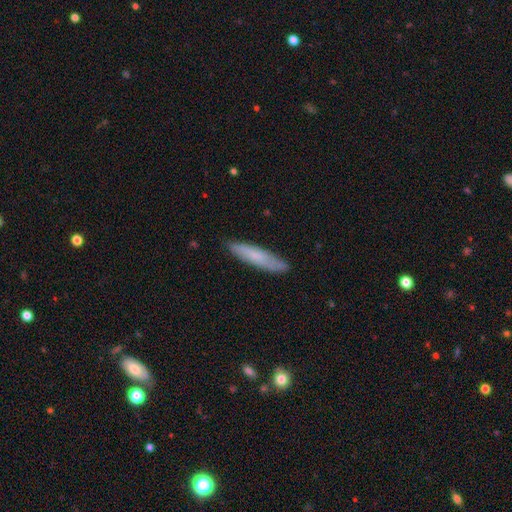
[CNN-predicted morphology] A smooth galaxy with no disk features (68%) that is cigar-shaped (84%).

Vote fractions:
- Smooth or featured? smooth: 68% / featured or disk: 25% / star or artifact: 6%
- How rounded? cigar-shaped: 84% / in between: 15% / round: 1%
- Merging? none: 85% / minor disturbance: 11% / major disturbance: 2% / merger: 1%